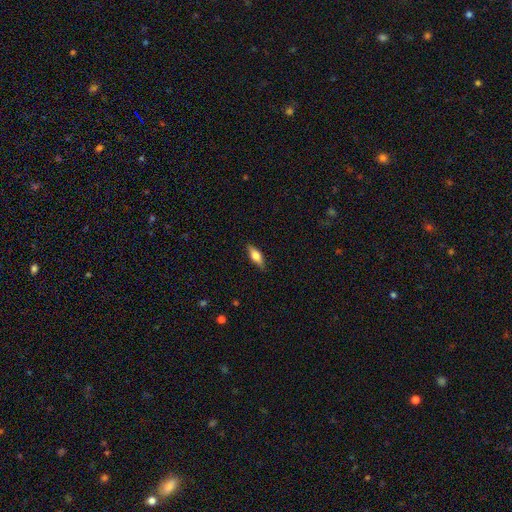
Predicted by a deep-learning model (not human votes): Overall: smooth (60%; featured or disk 34%). How rounded: in between (62%; cigar-shaped 35%). Merging: none (87%).